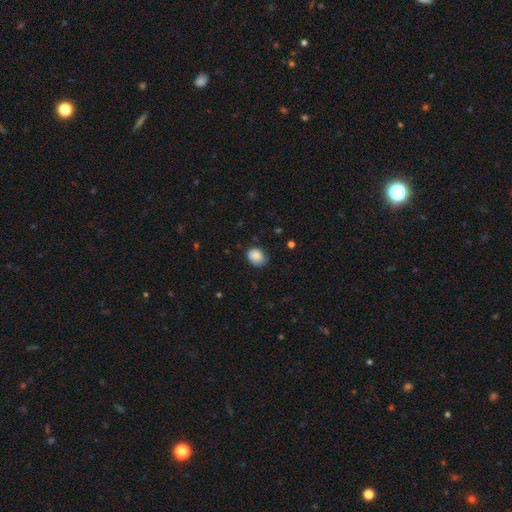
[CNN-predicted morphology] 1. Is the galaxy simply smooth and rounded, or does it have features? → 85% smooth, 8% star or artifact, 8% featured or disk.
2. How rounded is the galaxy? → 56% round, 43% in between, 1% cigar-shaped.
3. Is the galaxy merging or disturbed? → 68% none, 26% minor disturbance, 5% major disturbance, 1% merger.